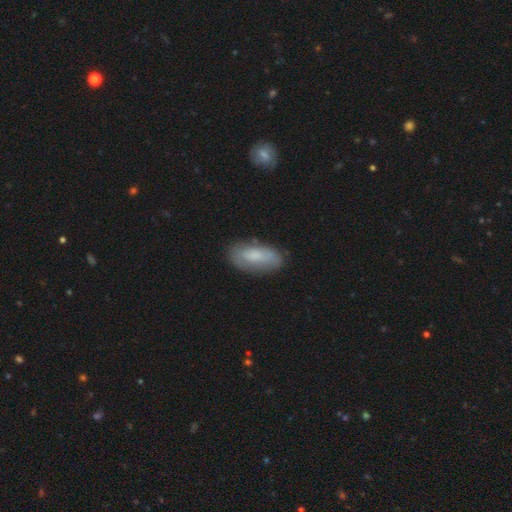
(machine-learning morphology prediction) Overall: smooth (66%; featured or disk 28%). How rounded: in between (84%). Merging: none (73%).